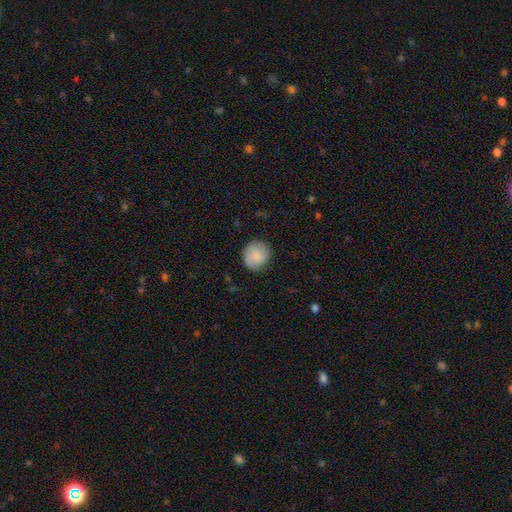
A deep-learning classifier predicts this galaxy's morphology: Q: Smooth or featured?
A: smooth (76%); runner-up: featured or disk (18%)
Q: How rounded?
A: round (88%); runner-up: in between (11%)
Q: Merging?
A: none (81%); runner-up: minor disturbance (14%)